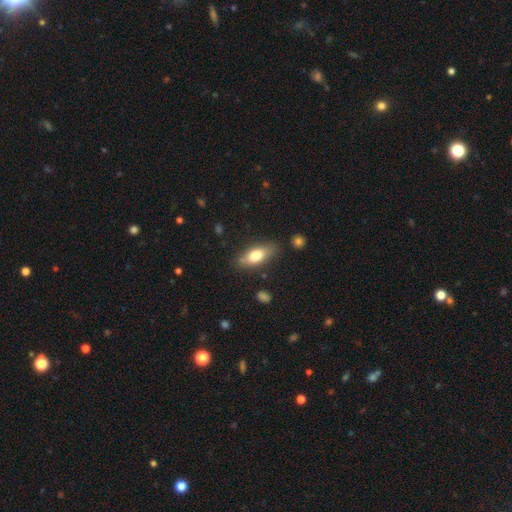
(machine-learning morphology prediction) smooth_or_featured: smooth (p=0.73) [alt: featured or disk p=0.20]
how_rounded: in between (p=0.78) [alt: cigar-shaped p=0.19]
merging: none (p=0.77) [alt: minor disturbance p=0.16]